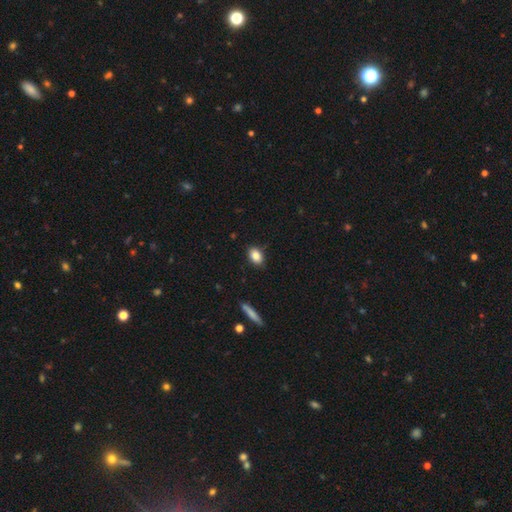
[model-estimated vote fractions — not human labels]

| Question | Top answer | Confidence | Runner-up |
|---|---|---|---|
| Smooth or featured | smooth | 85% | star or artifact (8%) |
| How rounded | in between | 81% | round (17%) |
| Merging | none | 85% | minor disturbance (12%) |